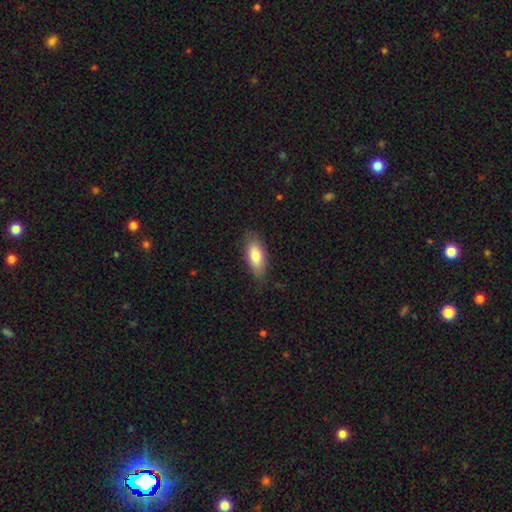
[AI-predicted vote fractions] Smooth or featured?
  - smooth: 79% *
  - featured or disk: 15%
  - star or artifact: 6%
How rounded?
  - in between: 82% *
  - cigar-shaped: 15%
  - round: 2%
Merging?
  - none: 79% *
  - minor disturbance: 17%
  - major disturbance: 3%
  - merger: 1%